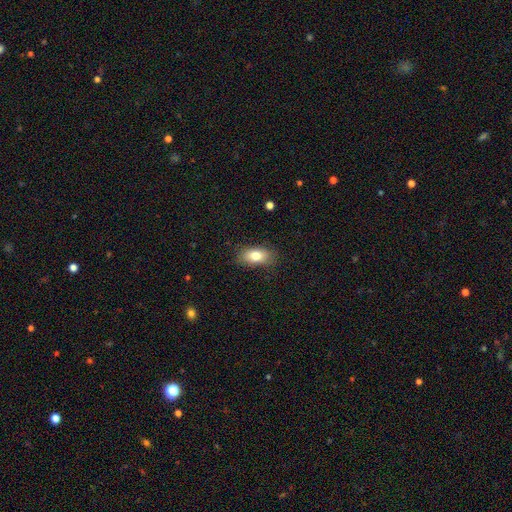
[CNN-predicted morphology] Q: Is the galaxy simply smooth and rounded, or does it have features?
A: smooth — 78%.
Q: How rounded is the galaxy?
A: in between — 87%.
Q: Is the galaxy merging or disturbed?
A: none — 82%.